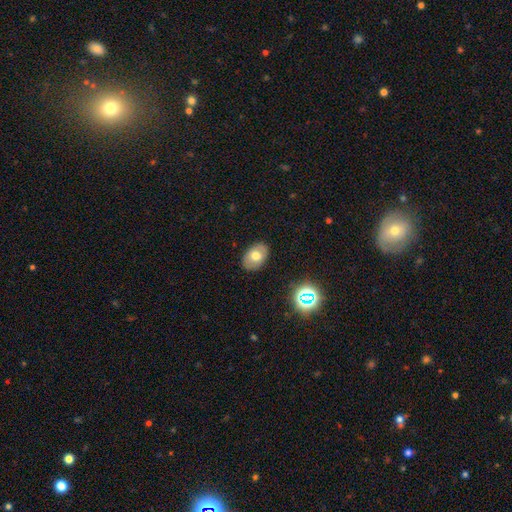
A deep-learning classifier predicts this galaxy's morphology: Smooth or featured? smooth (66%)
How rounded? in between (81%)
Merging? none (86%)